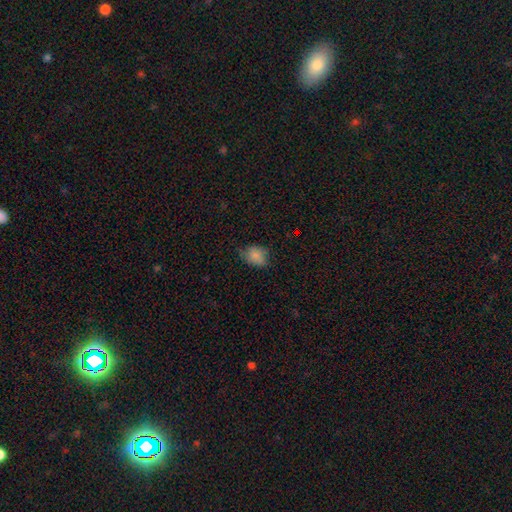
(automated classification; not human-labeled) Morphology: type=smooth (83%); roundness=in between (62%); merging=none (64%).